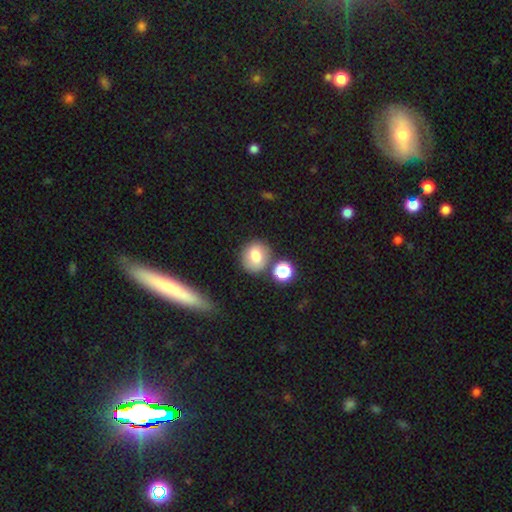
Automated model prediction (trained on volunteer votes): Smooth or featured?
  - smooth: 76% *
  - featured or disk: 14%
  - star or artifact: 10%
How rounded?
  - round: 69% *
  - in between: 29%
  - cigar-shaped: 1%
Merging?
  - none: 68% *
  - merger: 14%
  - minor disturbance: 13%
  - major disturbance: 4%